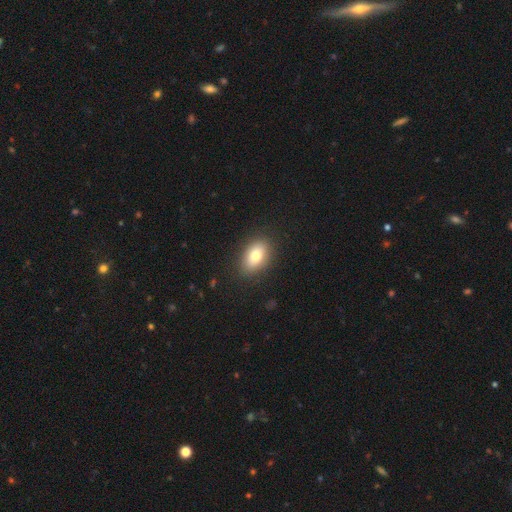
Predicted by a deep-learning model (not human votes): The model was most divided on "smooth or featured": smooth: 78%, featured or disk: 14%, star or artifact: 8%. More confident: how rounded — in between (87%); merging — none (87%).